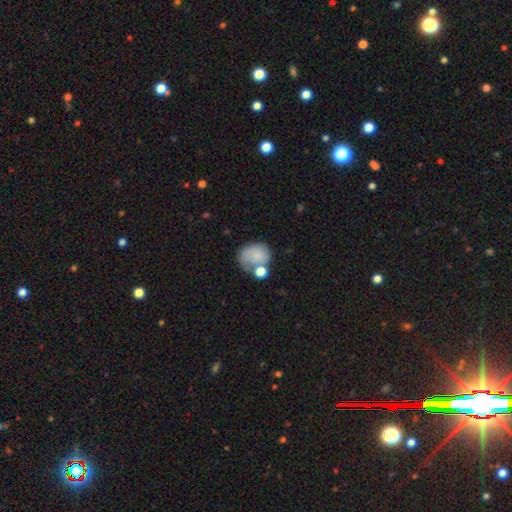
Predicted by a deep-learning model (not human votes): The model was most divided on "how rounded": round: 50%, in between: 49%, cigar-shaped: 1%. Remaining: smooth or featured — smooth (76%); merging — none (42%).